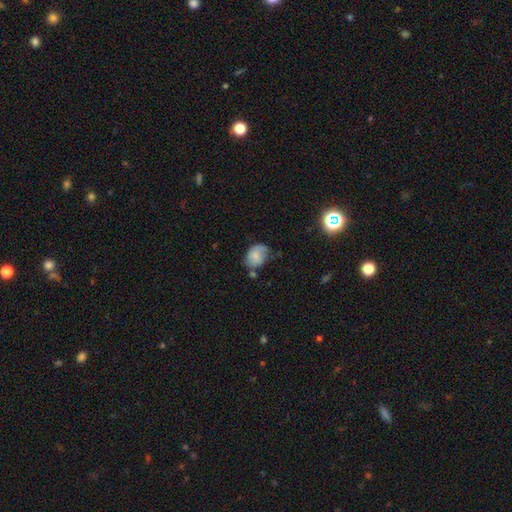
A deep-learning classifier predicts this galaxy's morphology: Smooth or featured? Predicted: smooth (p=0.65). How rounded? Predicted: in between (p=0.67). Merging? Predicted: none (p=0.50).